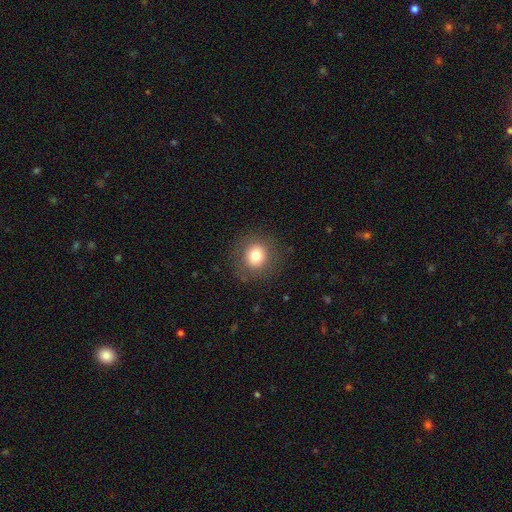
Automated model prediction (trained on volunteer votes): Overall: smooth (78%). How rounded: round (87%). Merging: none (86%).